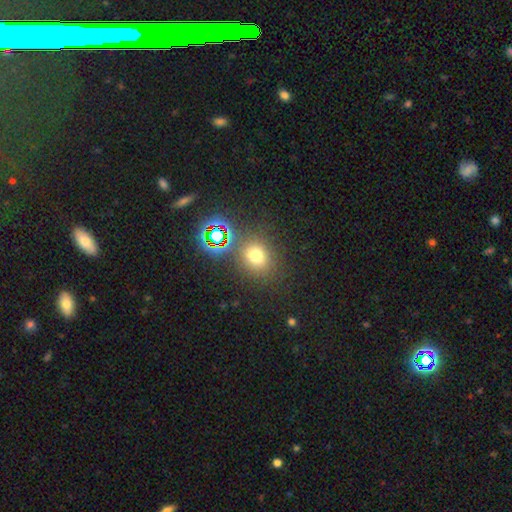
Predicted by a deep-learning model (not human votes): smooth-or-featured: smooth: 64% | star or artifact: 27% | featured or disk: 9%
  how-rounded: round: 72% | in between: 27% | cigar-shaped: 1%
  merging: none: 77% | minor disturbance: 10% | merger: 8% | major disturbance: 5%